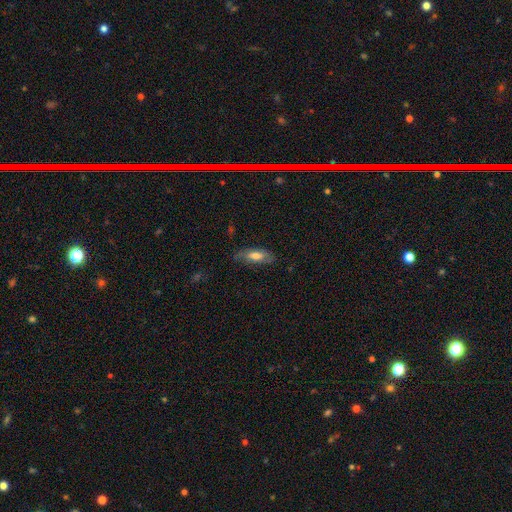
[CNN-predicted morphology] Smooth or featured?
  - smooth: 62% *
  - featured or disk: 31%
  - star or artifact: 7%
How rounded?
  - in between: 66% *
  - cigar-shaped: 32%
  - round: 2%
Merging?
  - none: 73% *
  - minor disturbance: 20%
  - major disturbance: 5%
  - merger: 1%